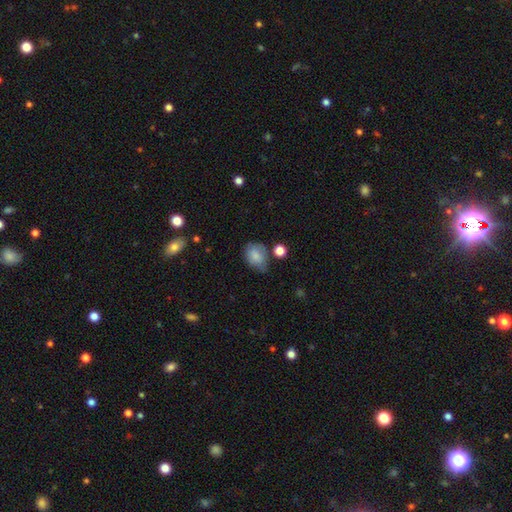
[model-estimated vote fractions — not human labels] Smooth or featured? smooth (82%)
How rounded? in between (62%)
Merging? none (52%)